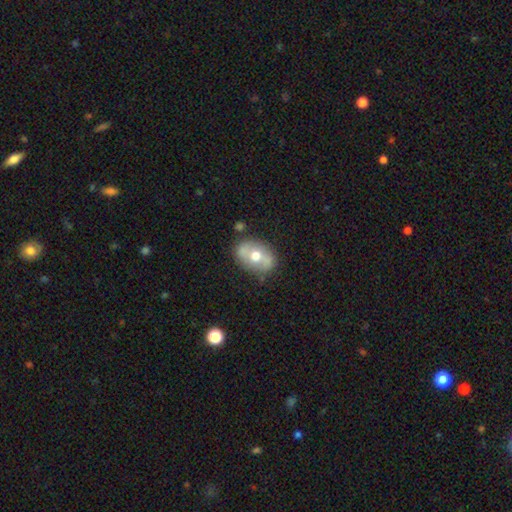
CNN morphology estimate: The model was most divided on "smooth or featured": featured or disk: 47%, smooth: 46%, star or artifact: 7%. More confident: merging — none (76%).